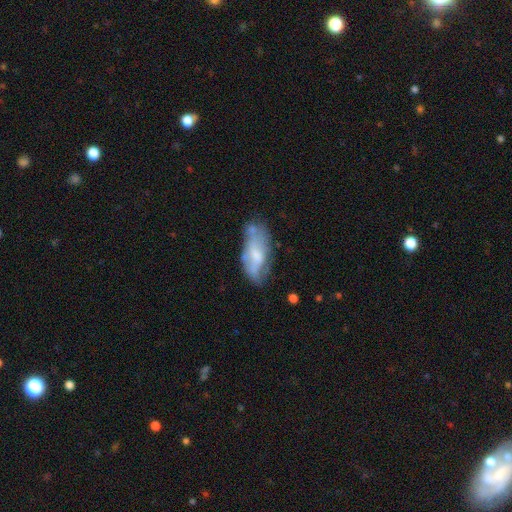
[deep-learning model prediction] This appears to be a smooth galaxy with no disk features (46%, tied with featured or disk). Merging: none (49%).